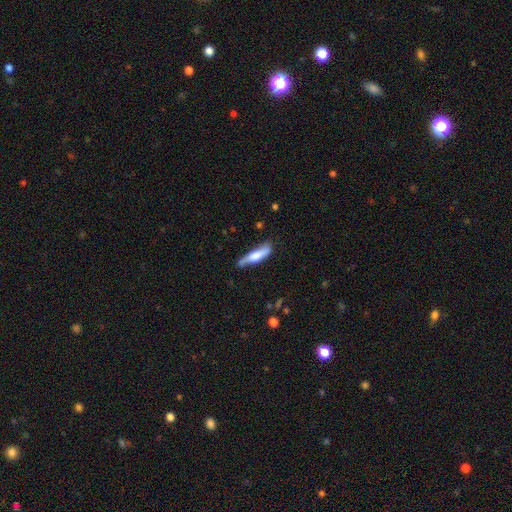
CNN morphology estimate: smooth-or-featured: smooth: 52% | featured or disk: 42% | star or artifact: 6%
  how-rounded: cigar-shaped: 76% | in between: 22% | round: 2%
  merging: none: 61% | minor disturbance: 28% | major disturbance: 8% | merger: 4%